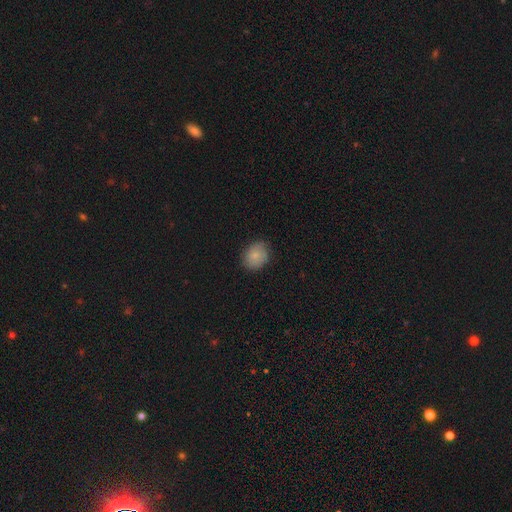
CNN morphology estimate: smooth_or_featured: smooth (p=0.83) [alt: featured or disk p=0.09]
how_rounded: round (p=0.58) [alt: in between p=0.41]
merging: none (p=0.79) [alt: minor disturbance p=0.17]